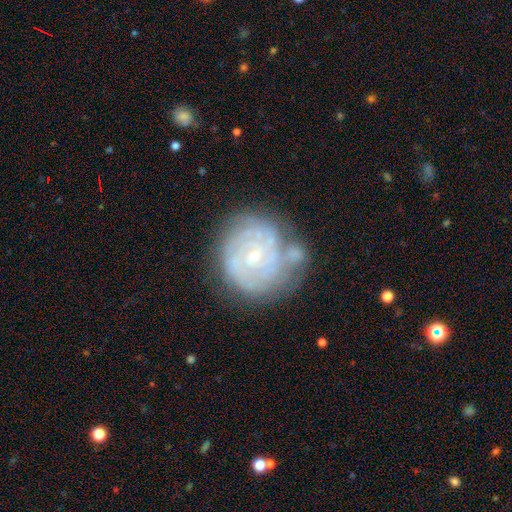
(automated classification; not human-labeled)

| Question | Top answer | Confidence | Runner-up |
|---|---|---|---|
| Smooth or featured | featured or disk | 74% | smooth (19%) |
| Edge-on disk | no | 97% | yes (3%) |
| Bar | no | 67% | weak (28%) |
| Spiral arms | yes | 87% | no (13%) |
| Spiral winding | tight | 75% | medium (20%) |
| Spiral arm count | can't tell | 45% | 2 (19%) |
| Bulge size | small | 74% | moderate (21%) |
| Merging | none | 60% | minor disturbance (20%) |